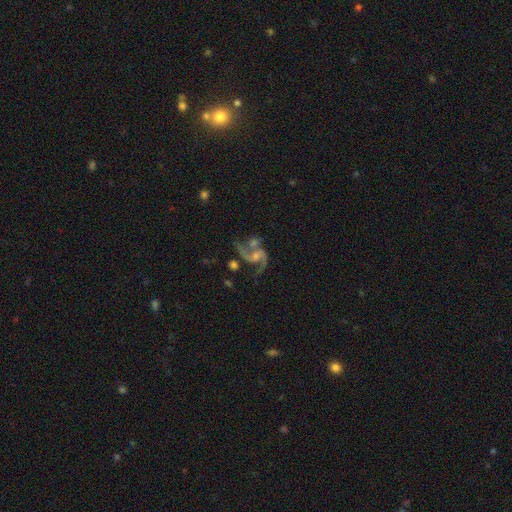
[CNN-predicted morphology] Smooth or featured? Predicted: featured or disk (p=0.87). Edge-on disk? Predicted: no (p=0.98). Bar? Predicted: no (p=0.54). Spiral arms? Predicted: yes (p=0.96). Spiral winding? Predicted: loose (p=0.56). Spiral arm count? Predicted: 2 (p=0.86). Bulge size? Predicted: small (p=0.45). Merging? Predicted: none (p=0.40).